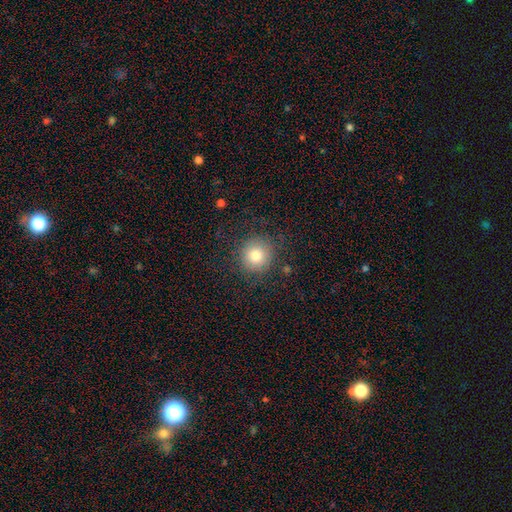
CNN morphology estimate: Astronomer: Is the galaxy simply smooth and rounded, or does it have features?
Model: smooth — 78%.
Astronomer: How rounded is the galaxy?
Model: round — 92%.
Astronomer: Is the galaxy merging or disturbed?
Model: none — 83%.